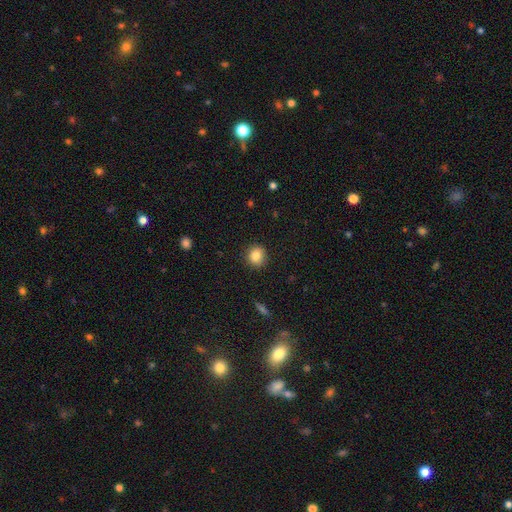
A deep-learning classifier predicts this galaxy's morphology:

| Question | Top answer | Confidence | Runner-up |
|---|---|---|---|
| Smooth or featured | smooth | 83% | star or artifact (10%) |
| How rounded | round | 88% | in between (11%) |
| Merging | none | 89% | minor disturbance (8%) |